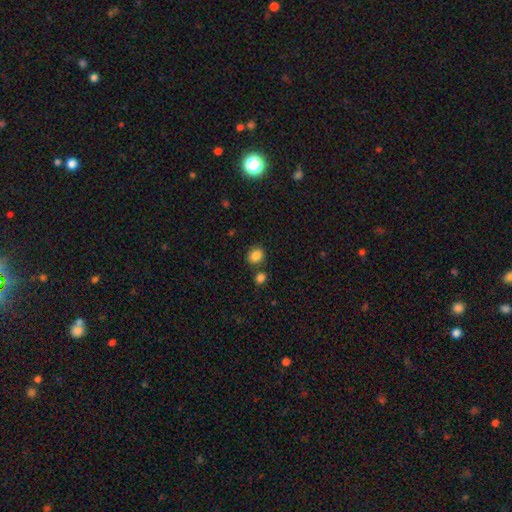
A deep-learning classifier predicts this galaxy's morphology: A smooth galaxy with no disk features (85%) that is round (69%).

Vote fractions:
- Smooth or featured? smooth: 85% / star or artifact: 10% / featured or disk: 5%
- How rounded? round: 69% / in between: 30% / cigar-shaped: 1%
- Merging? none: 77% / merger: 11% / minor disturbance: 10% / major disturbance: 3%